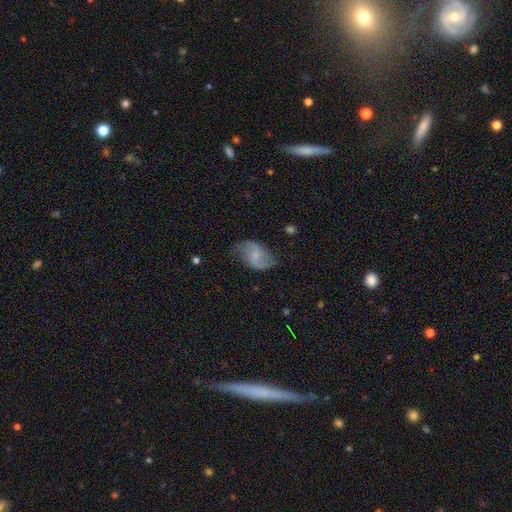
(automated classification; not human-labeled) A featured or disk galaxy (64%) with a weak bar (48%), 2 (89%) loose (59%) spiral arms (90%) and a small central bulge (49%).

Vote fractions:
- Smooth or featured? featured or disk: 64% / smooth: 29% / star or artifact: 7%
- Edge-on disk? no: 97% / yes: 3%
- Bar? weak: 48% / no: 40% / strong: 12%
- Spiral arms? yes: 90% / no: 10%
- Spiral winding? loose: 59% / medium: 31% / tight: 10%
- Spiral arm count? 2: 89% / can't tell: 6% / 1: 2% / 3: 1% / 4: 1% / more than 4: 1%
- Bulge size? small: 49% / none: 25% / moderate: 22% / large: 2% / dominant: 1%
- Merging? none: 65% / minor disturbance: 24% / major disturbance: 10% / merger: 2%